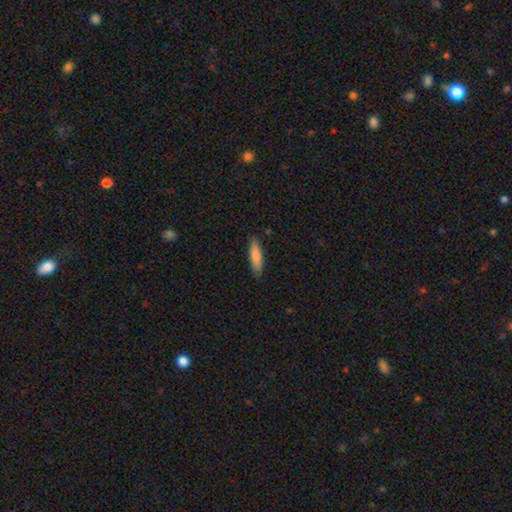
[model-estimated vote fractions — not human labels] The model was most divided on "how rounded": cigar-shaped: 65%, in between: 33%, round: 1%. More confident: merging — none (86%); smooth or featured — smooth (83%).